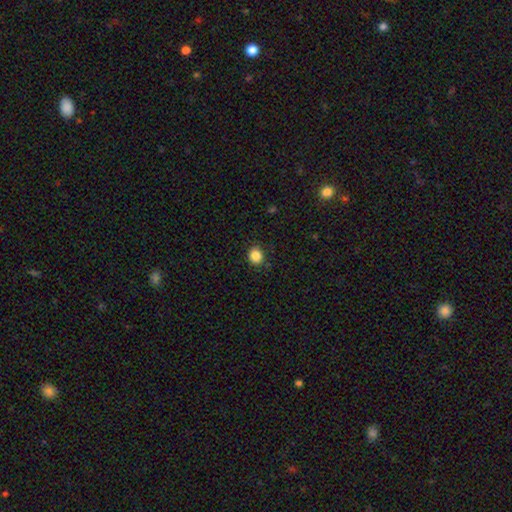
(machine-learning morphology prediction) smooth-or-featured: smooth: 86% | star or artifact: 11% | featured or disk: 4%
  how-rounded: round: 80% | in between: 19% | cigar-shaped: 1%
  merging: none: 87% | minor disturbance: 10% | major disturbance: 3% | merger: 1%